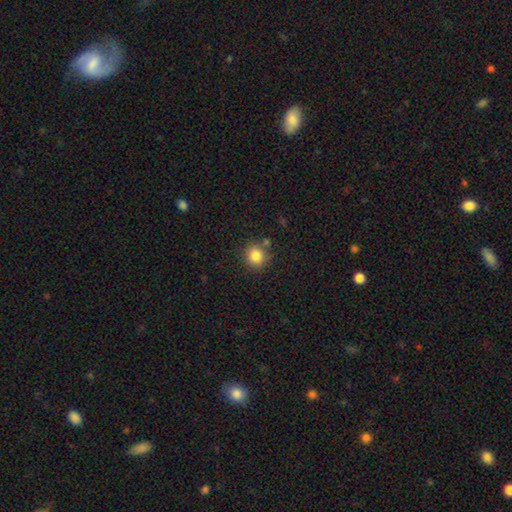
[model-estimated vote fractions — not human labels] Smooth or featured? smooth (85%)
How rounded? round (86%)
Merging? none (78%)